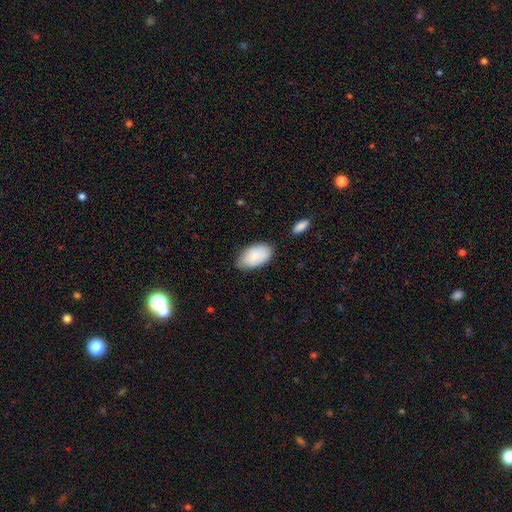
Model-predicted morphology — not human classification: Smooth or featured? smooth (84%)
How rounded? in between (95%)
Merging? none (74%)